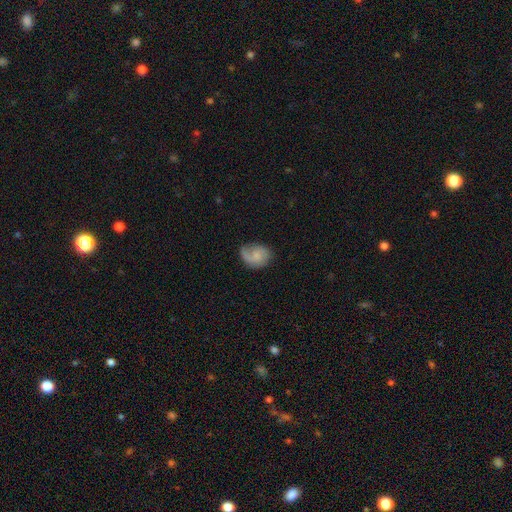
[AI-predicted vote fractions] This is possibly a featured or disk galaxy (53%). It is clearly not viewed edge-on (97%). Bar: likely no (67%). Spiral arm pattern: clearly yes (89%). Central bulge: possibly small (50%). Merging: possibly none (60%).